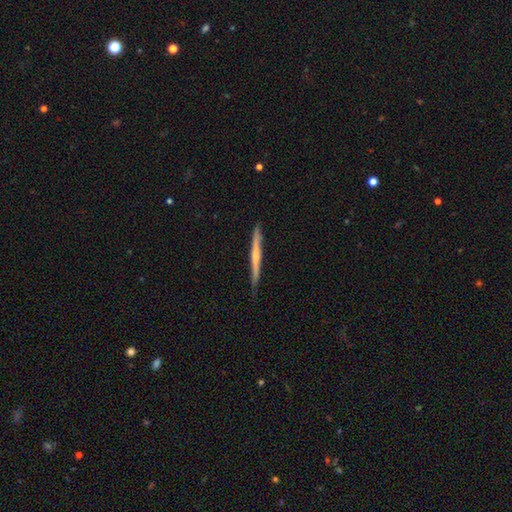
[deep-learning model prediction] This appears to be a featured or disk galaxy (59%) viewed edge-on (97%) with no central bulge (53%). Merging: none (88%).